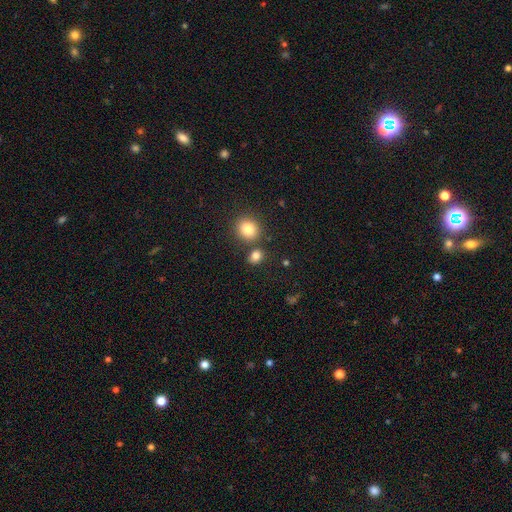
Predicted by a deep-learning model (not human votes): smooth_or_featured: smooth (p=0.82) [alt: star or artifact p=0.12]
how_rounded: round (p=0.56) [alt: in between p=0.43]
merging: none (p=0.71) [alt: merger p=0.15]